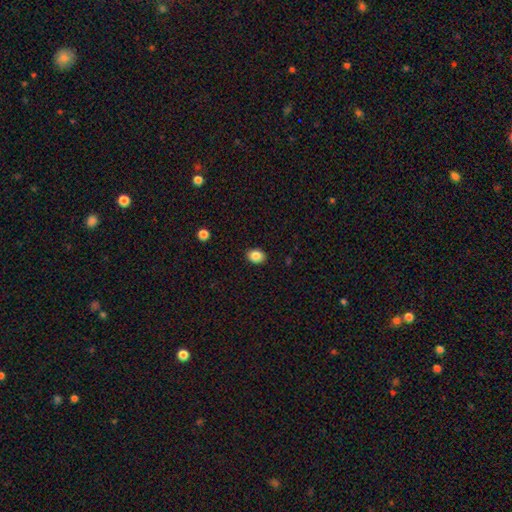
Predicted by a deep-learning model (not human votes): This is clearly a smooth galaxy (86%). How rounded: possibly in between (57%). Merging: clearly none (90%).